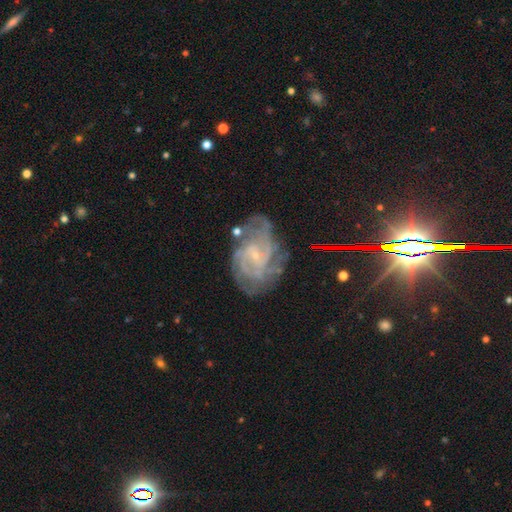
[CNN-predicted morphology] Overall: featured or disk (84%). Edge-on disk: no (97%). Bar: no (53%; weak 38%). Spiral arms: yes (95%). Spiral arm count: can't tell (30%; 3 20%). Spiral winding: tight (55%; medium 36%). Bulge size: small (83%). Merging: none (62%; minor disturbance 23%).